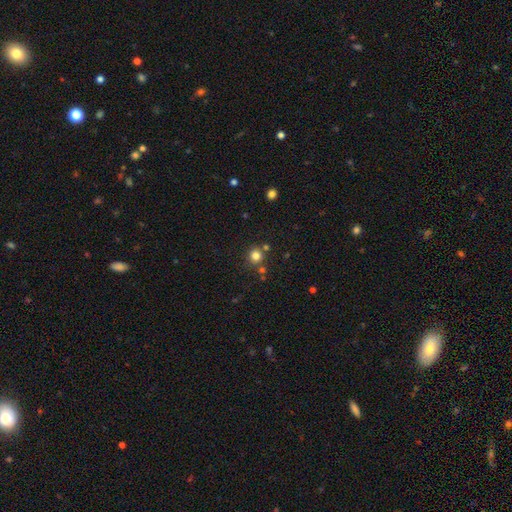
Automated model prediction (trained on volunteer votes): Smooth or featured? smooth (79%)
How rounded? round (92%)
Merging? none (77%)